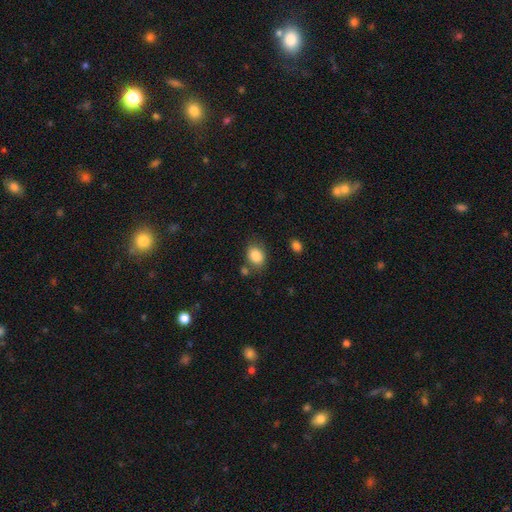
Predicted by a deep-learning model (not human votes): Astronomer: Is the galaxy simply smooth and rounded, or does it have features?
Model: smooth — 86%.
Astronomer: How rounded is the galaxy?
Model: in between — 69%.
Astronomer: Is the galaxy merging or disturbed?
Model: none — 73%.